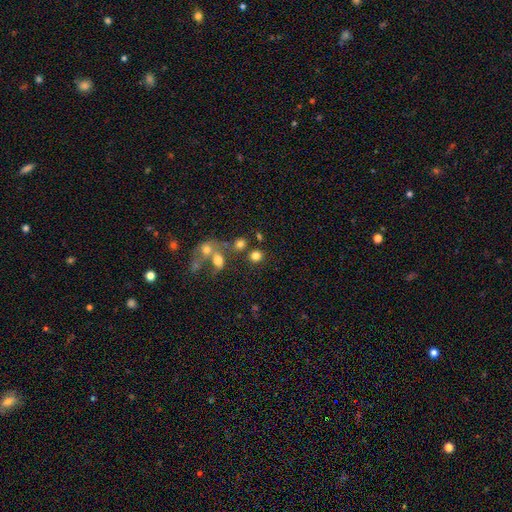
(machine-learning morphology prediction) Smooth or featured: smooth — 77% (star or artifact — 14%)
How rounded: round — 82% (in between — 17%)
Merging: none — 64% (merger — 21%)